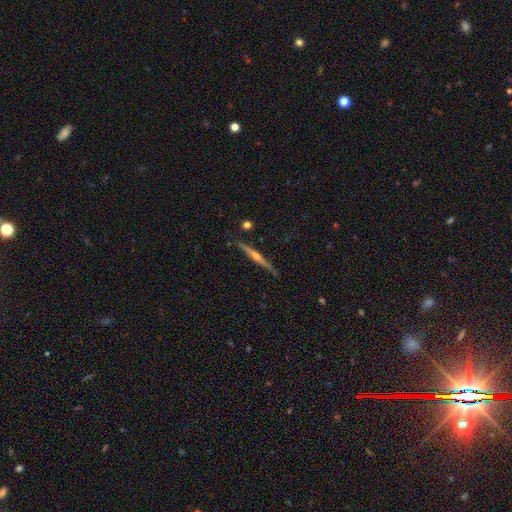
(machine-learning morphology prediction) Overall: featured or disk (79%). Edge-on disk: yes (98%). Edge-on bulge: rounded (87%). Merging: none (89%).